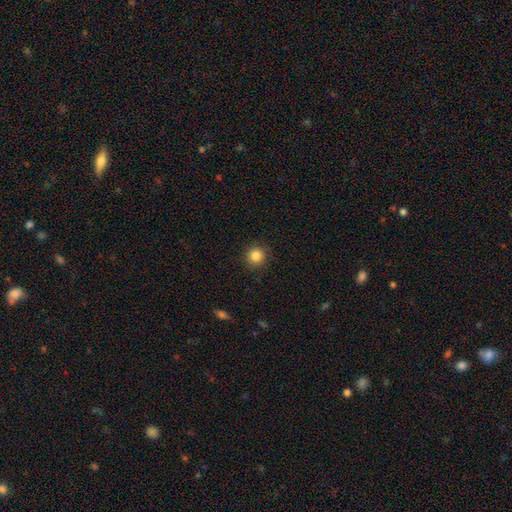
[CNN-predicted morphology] The model was most divided on "smooth or featured": smooth: 84%, star or artifact: 11%, featured or disk: 5%. More confident: how rounded — round (94%); merging — none (91%).